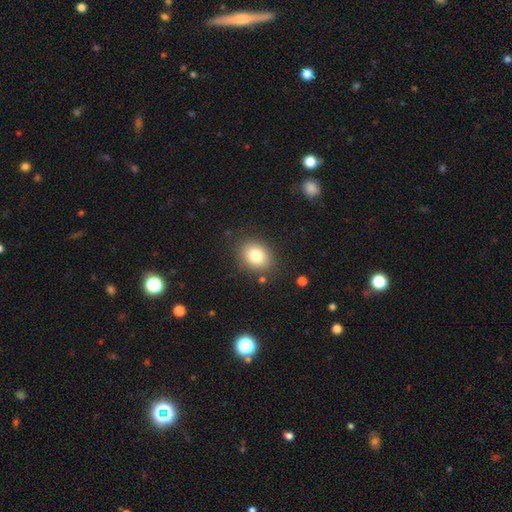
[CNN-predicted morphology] Smooth or featured? smooth (81%)
How rounded? in between (55%)
Merging? none (84%)